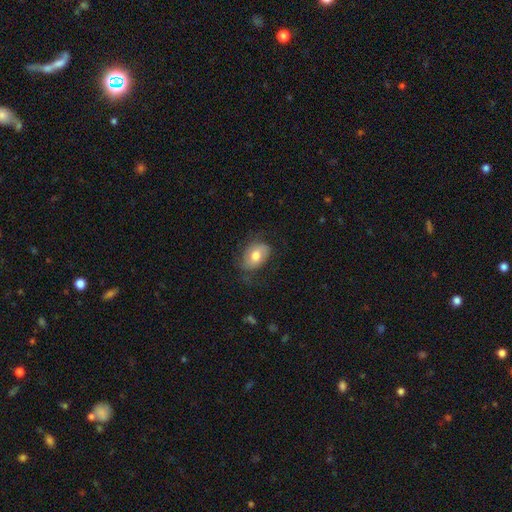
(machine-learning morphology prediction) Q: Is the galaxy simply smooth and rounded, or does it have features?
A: smooth — 59%.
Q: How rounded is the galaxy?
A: in between — 82%.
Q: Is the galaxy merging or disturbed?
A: none — 59%.